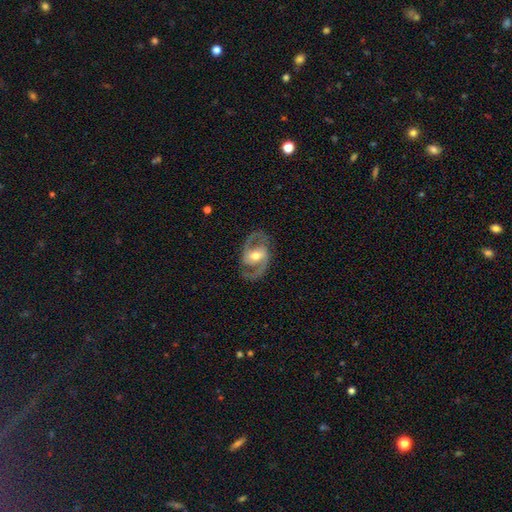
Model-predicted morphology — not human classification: Smooth or featured? featured or disk (91%)
Edge-on disk? no (97%)
Bar? weak (42%)
Spiral arms? yes (96%)
Spiral winding? medium (62%)
Spiral arm count? 2 (93%)
Bulge size? moderate (66%)
Merging? none (84%)